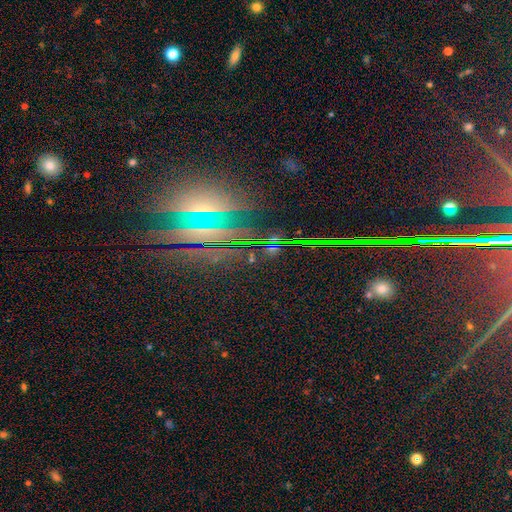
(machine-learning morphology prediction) Overall: star or artifact (61%; featured or disk 25%).